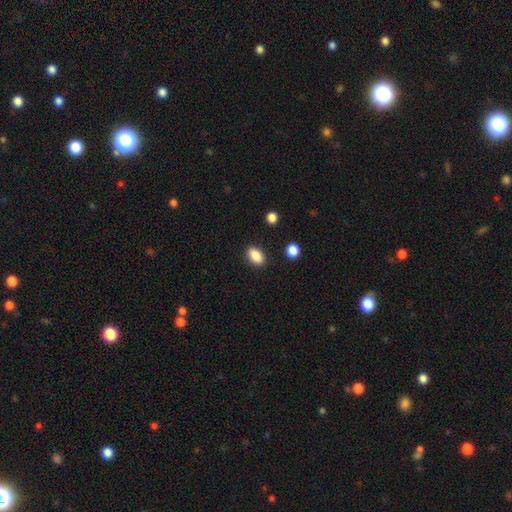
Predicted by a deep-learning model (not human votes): This is clearly a smooth galaxy (87%). How rounded: clearly in between (87%). Merging: clearly none (88%).